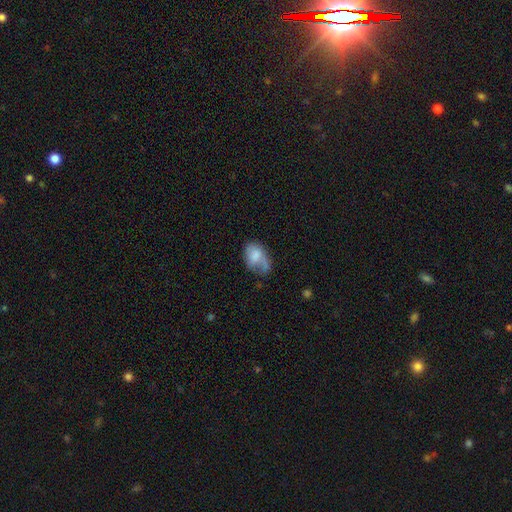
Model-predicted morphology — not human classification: Overall: smooth (63%; featured or disk 28%). How rounded: in between (84%). Merging: none (33%; minor disturbance 32%).